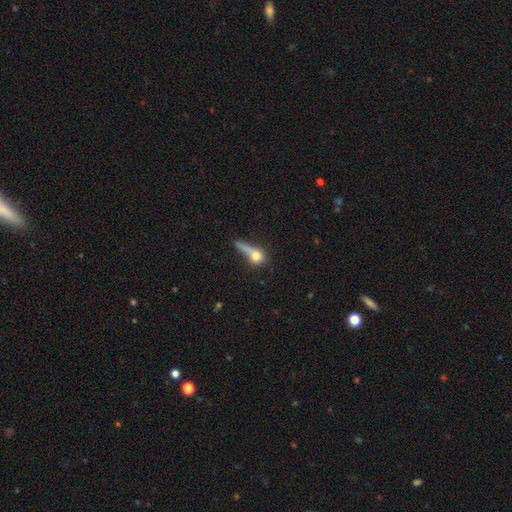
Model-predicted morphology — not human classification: Smooth or featured: smooth — 65% (featured or disk — 23%)
How rounded: round — 46% (in between — 34%)
Merging: major disturbance — 34% (none — 28%)